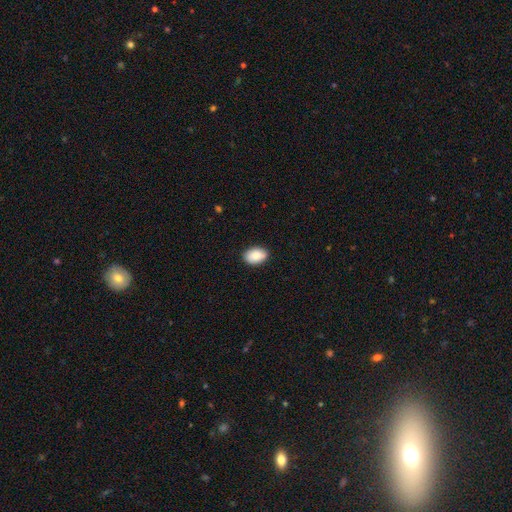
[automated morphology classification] smooth 88%, star or artifact 7%, featured or disk 5%. Down the decision tree: how rounded — in between (90%); merging — none (88%).